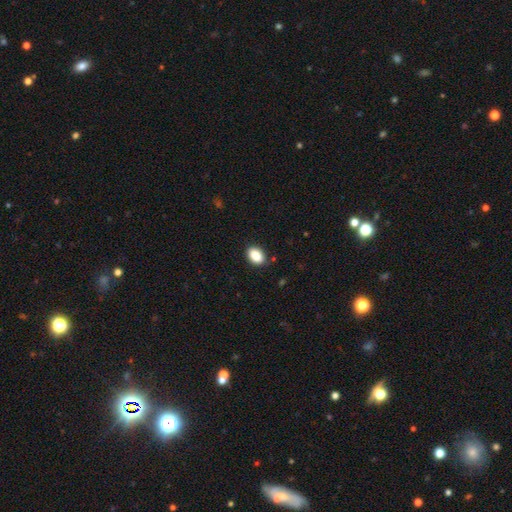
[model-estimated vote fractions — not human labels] Morphology: type=smooth (88%); roundness=in between (82%); merging=none (88%).